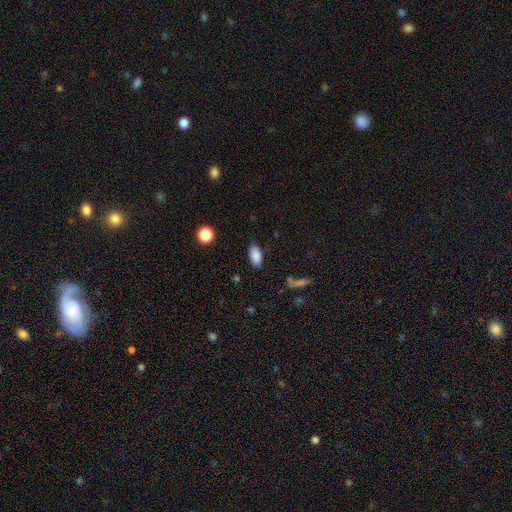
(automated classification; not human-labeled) This is clearly a smooth galaxy (87%). How rounded: clearly in between (91%). Merging: likely none (79%).